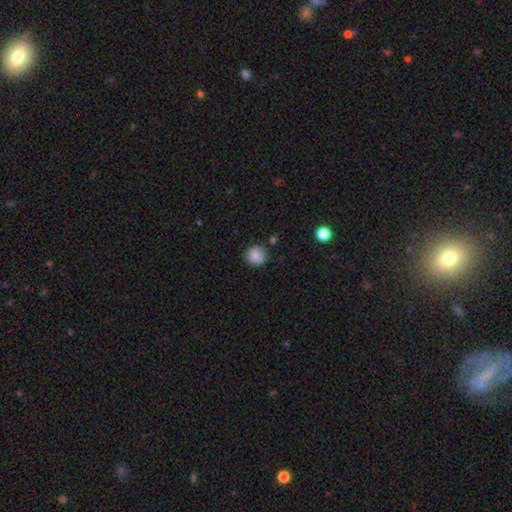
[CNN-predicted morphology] smooth 85%, star or artifact 10%, featured or disk 5%. Down the decision tree: how rounded — round (86%); merging — none (75%).